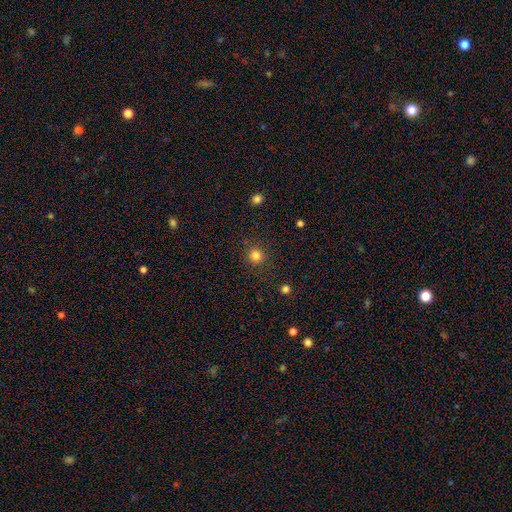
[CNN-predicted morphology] type=smooth (82%); roundness=round (94%); merging=none (88%).